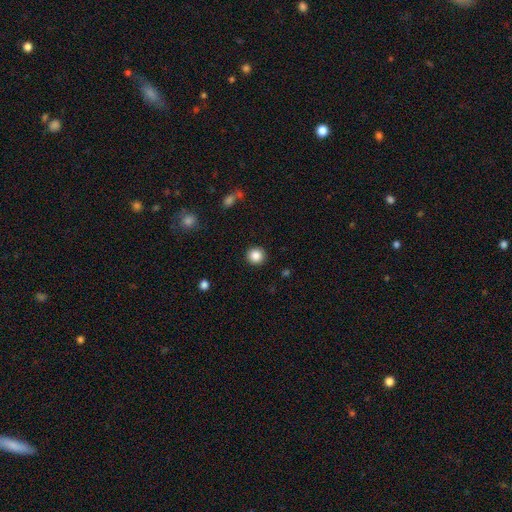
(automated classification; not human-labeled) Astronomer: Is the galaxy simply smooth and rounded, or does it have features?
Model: smooth — 86%.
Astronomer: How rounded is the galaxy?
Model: round — 94%.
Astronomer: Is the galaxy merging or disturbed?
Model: none — 92%.